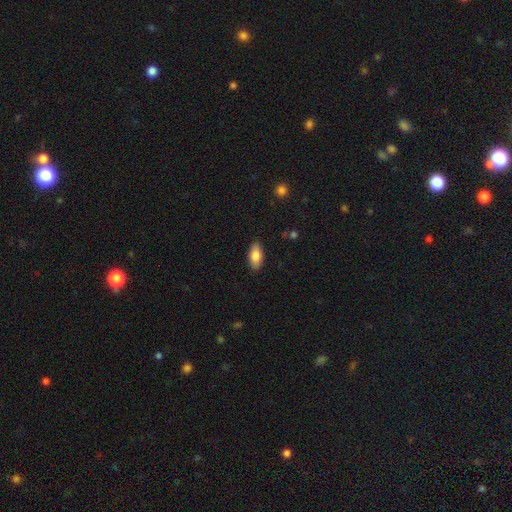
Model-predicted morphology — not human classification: This is clearly a smooth galaxy (83%). How rounded: clearly in between (90%). Merging: clearly none (87%).